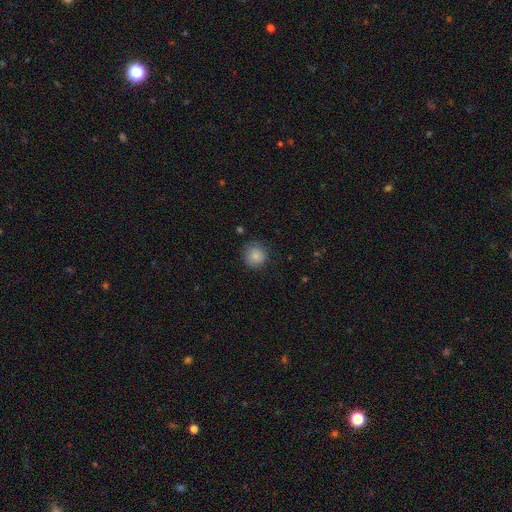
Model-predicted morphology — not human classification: smooth_or_featured: smooth (p=0.85) [alt: star or artifact p=0.09]
how_rounded: round (p=0.91) [alt: in between p=0.08]
merging: none (p=0.82) [alt: minor disturbance p=0.14]